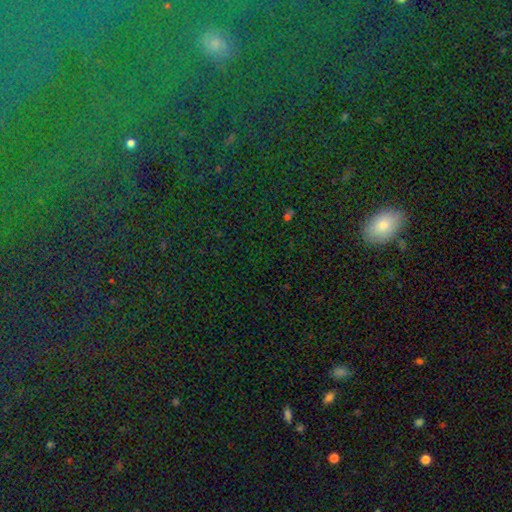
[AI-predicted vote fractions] This is possibly a star or artifact rather than a galaxy (58%).